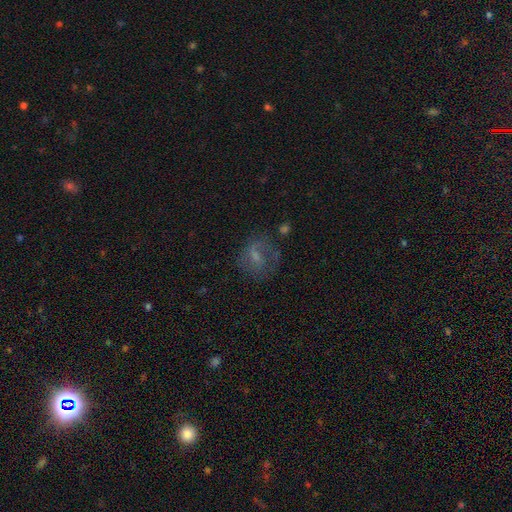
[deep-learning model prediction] This appears to be a featured or disk galaxy (51%). Merging: none (58%).